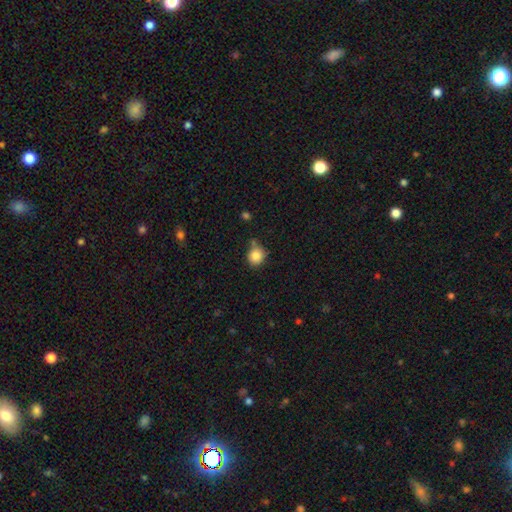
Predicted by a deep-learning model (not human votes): Overall: smooth (83%). How rounded: round (85%). Merging: none (62%; minor disturbance 23%).